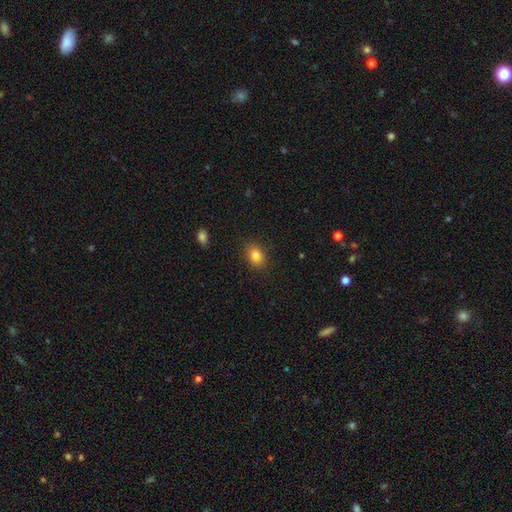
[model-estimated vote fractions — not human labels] The model was most divided on "how rounded": in between: 55%, round: 44%, cigar-shaped: 1%. More confident: merging — none (87%); smooth or featured — smooth (83%).